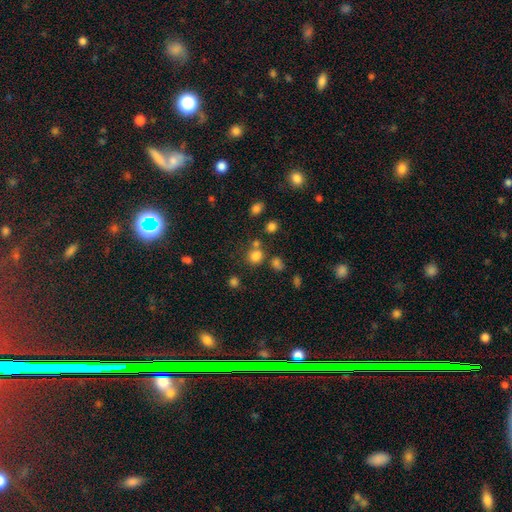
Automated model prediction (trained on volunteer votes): The model was most divided on "merging": none: 62%, merger: 21%, minor disturbance: 11%, major disturbance: 6%. More confident: how rounded — round (78%); smooth or featured — smooth (75%).